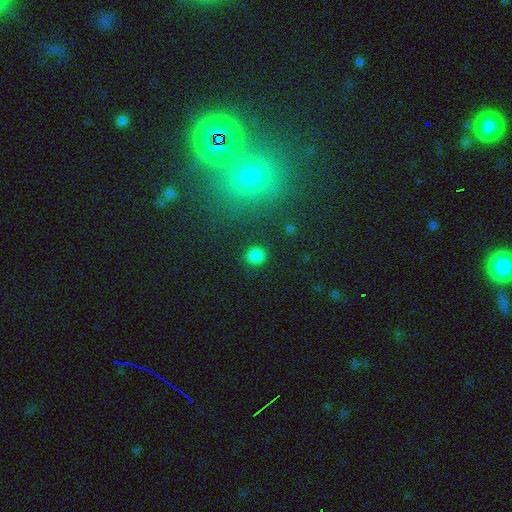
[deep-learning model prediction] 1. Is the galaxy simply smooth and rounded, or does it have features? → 83% smooth, 13% star or artifact, 4% featured or disk.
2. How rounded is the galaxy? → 90% round, 9% in between, 1% cigar-shaped.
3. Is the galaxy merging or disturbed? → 89% none, 6% minor disturbance, 2% major disturbance, 2% merger.